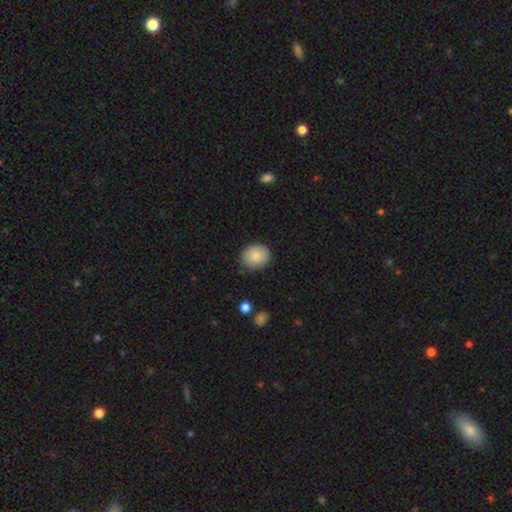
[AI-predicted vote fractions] smooth 85%, star or artifact 8%, featured or disk 7%. Down the decision tree: how rounded — round (68%); merging — none (84%).